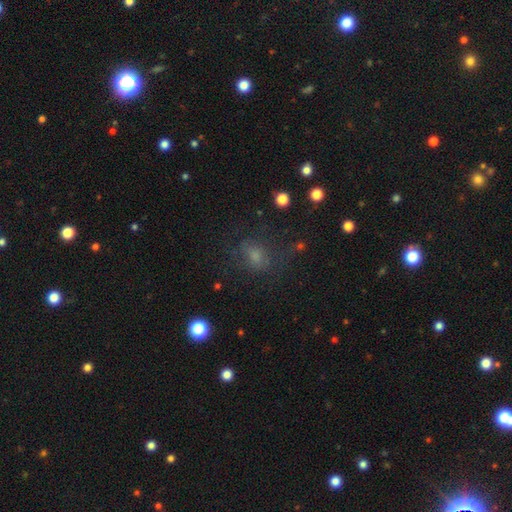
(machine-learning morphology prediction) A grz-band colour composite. It shows a smooth galaxy with no disk features (61%) that is in between round and cigar-shaped (51%). Merging: none (62%).